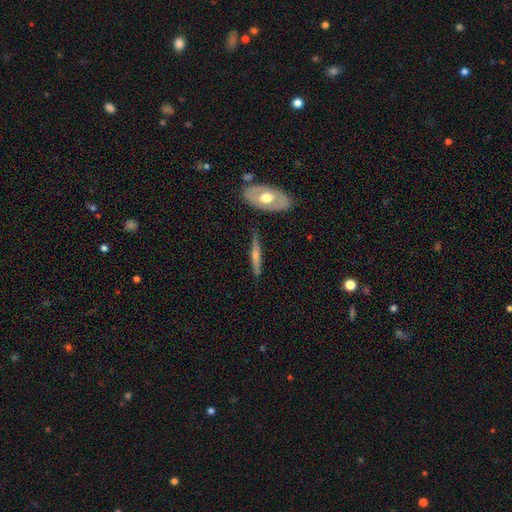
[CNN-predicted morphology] type=featured or disk (61%); edge-on=yes (91%); edge-on bulge=rounded (81%); merging=none (81%).